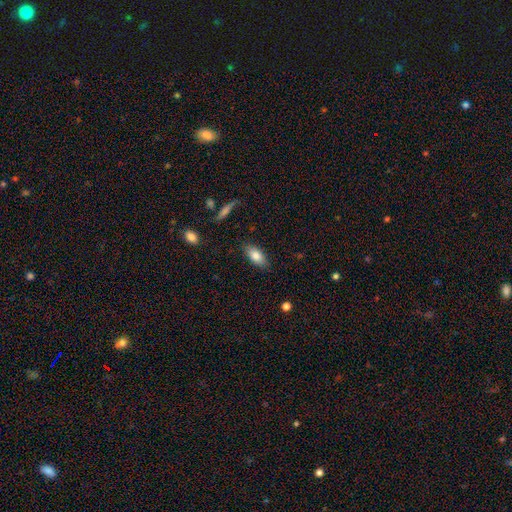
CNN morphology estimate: Smooth or featured? Predicted: smooth (p=0.82). How rounded? Predicted: in between (p=0.87). Merging? Predicted: none (p=0.84).